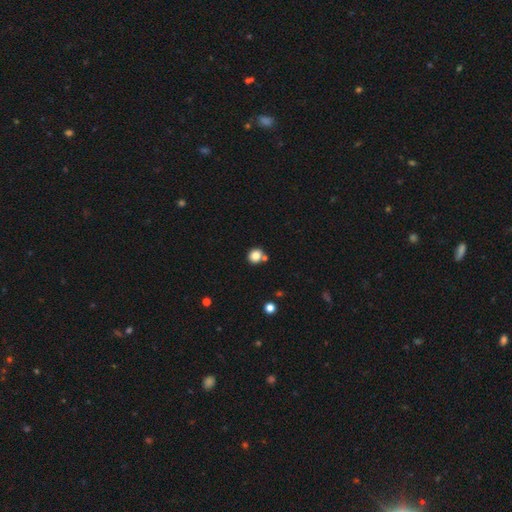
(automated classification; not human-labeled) smooth 84%, star or artifact 11%, featured or disk 5%. Down the decision tree: how rounded — round (81%); merging — none (71%).